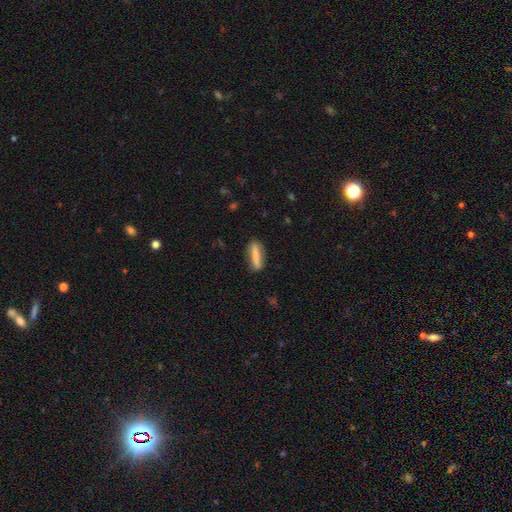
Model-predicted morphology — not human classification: Q: Smooth or featured?
A: smooth (69%); runner-up: featured or disk (24%)
Q: How rounded?
A: cigar-shaped (73%); runner-up: in between (24%)
Q: Merging?
A: none (85%); runner-up: minor disturbance (11%)